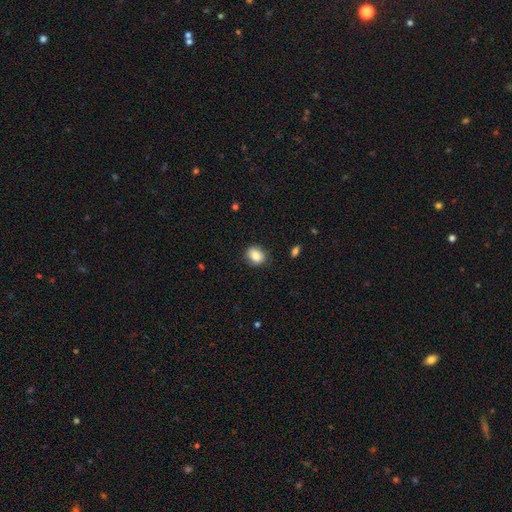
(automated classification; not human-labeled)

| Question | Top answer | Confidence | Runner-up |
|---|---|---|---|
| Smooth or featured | smooth | 85% | star or artifact (8%) |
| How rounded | round | 50% | in between (49%) |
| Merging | none | 81% | minor disturbance (14%) |